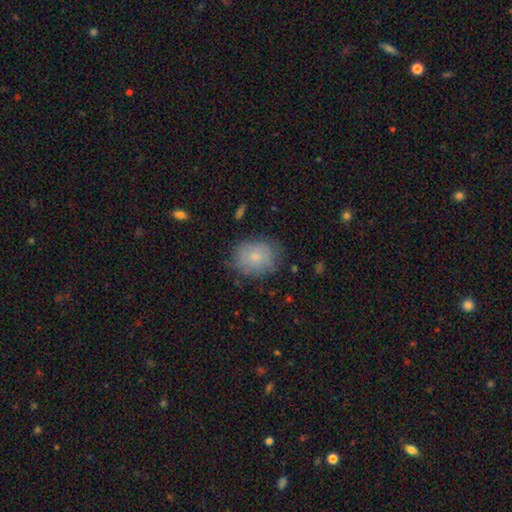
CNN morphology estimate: smooth_or_featured: smooth (p=0.70) [alt: featured or disk p=0.21]
how_rounded: in between (p=0.52) [alt: round p=0.47]
merging: none (p=0.74) [alt: minor disturbance p=0.19]